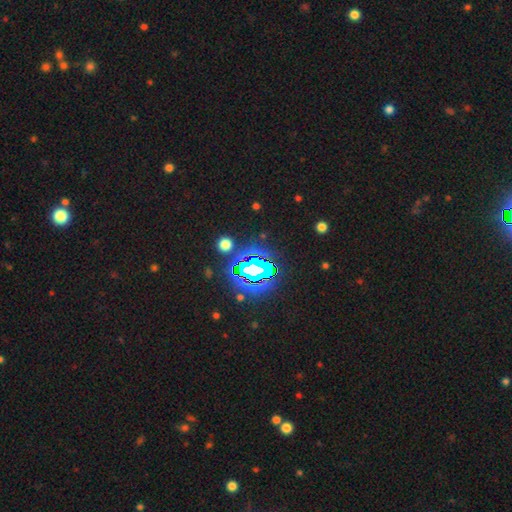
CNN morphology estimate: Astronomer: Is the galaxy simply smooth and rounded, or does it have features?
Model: star or artifact — 77%.